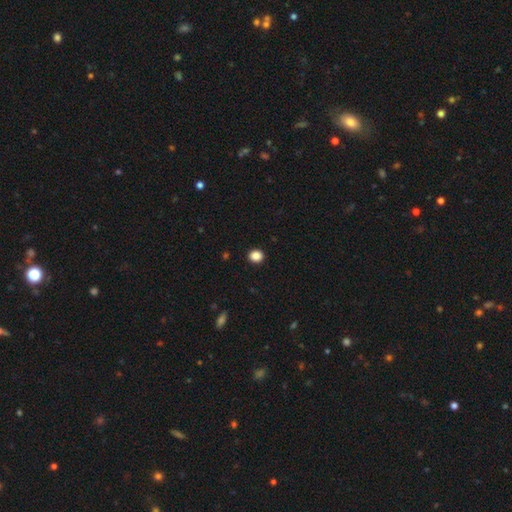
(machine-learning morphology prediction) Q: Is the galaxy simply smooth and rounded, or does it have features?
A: smooth — 87%.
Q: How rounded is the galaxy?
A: round — 74%.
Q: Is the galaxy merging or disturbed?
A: none — 93%.